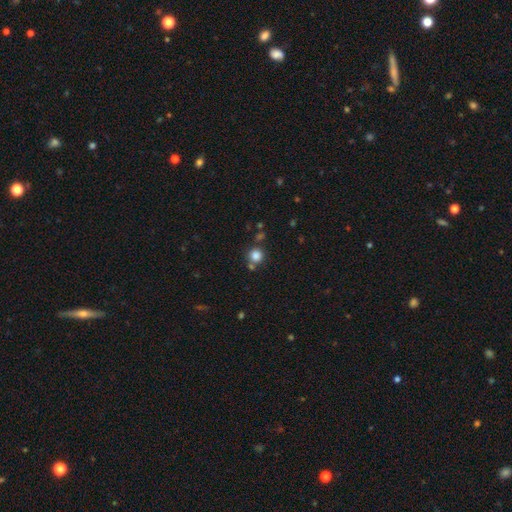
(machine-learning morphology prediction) Smooth or featured?
  - smooth: 83% *
  - star or artifact: 12%
  - featured or disk: 5%
How rounded?
  - round: 92% *
  - in between: 7%
  - cigar-shaped: 1%
Merging?
  - none: 74% *
  - merger: 13%
  - minor disturbance: 9%
  - major disturbance: 3%